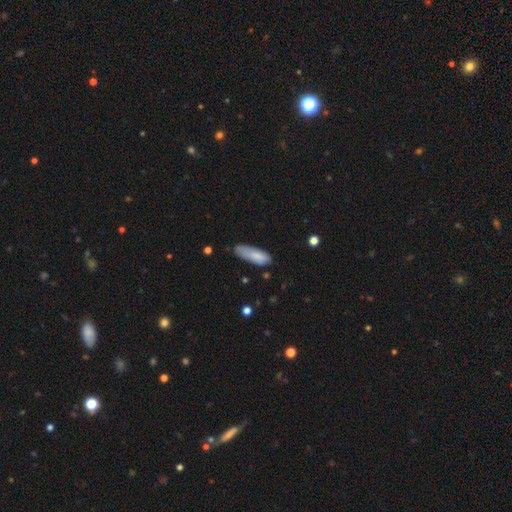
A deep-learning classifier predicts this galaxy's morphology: A smooth galaxy with no disk features (82%) that is in between round and cigar-shaped (61%). Merging: none (56%).